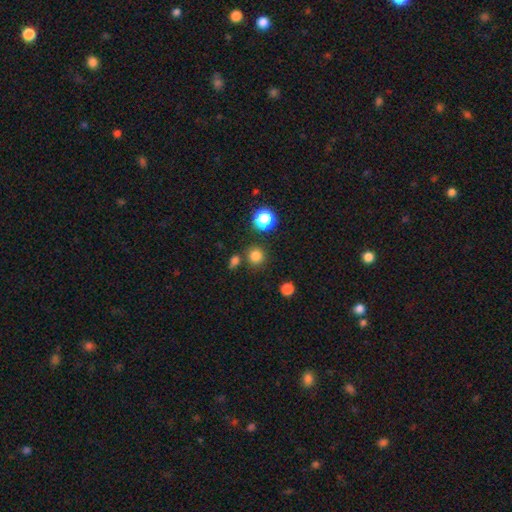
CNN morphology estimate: Q: Smooth or featured?
A: smooth (79%); runner-up: star or artifact (17%)
Q: How rounded?
A: round (93%); runner-up: in between (6%)
Q: Merging?
A: none (82%); runner-up: minor disturbance (7%)